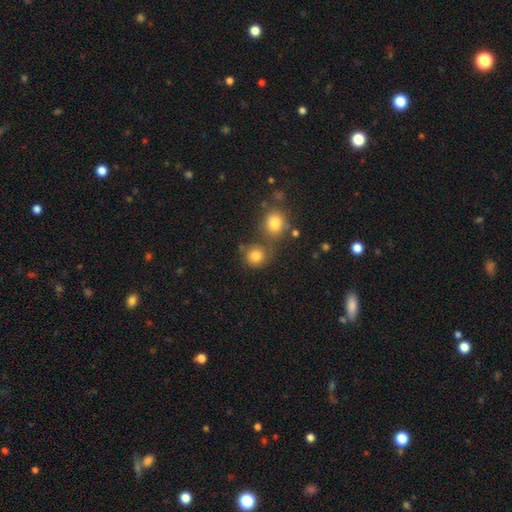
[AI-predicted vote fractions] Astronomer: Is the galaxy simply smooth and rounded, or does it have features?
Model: smooth — 81%.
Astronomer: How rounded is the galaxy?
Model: round — 87%.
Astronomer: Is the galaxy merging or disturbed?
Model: none — 59%.